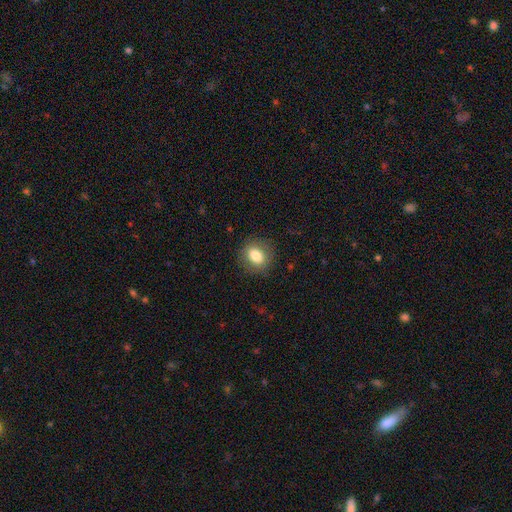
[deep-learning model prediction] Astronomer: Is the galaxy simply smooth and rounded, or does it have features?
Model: smooth — 80%.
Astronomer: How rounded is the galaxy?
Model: round — 57% (runner-up: in between, 42%).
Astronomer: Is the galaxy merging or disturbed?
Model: none — 86%.